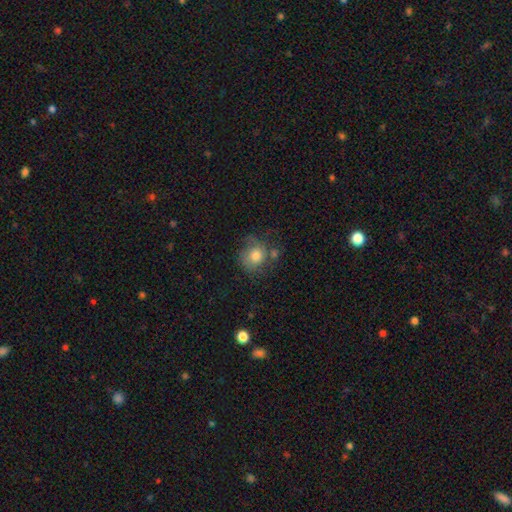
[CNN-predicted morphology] The model was most divided on "merging": none: 51%, minor disturbance: 25%, major disturbance: 14%, merger: 10%. More confident: how rounded — round (79%); smooth or featured — smooth (66%).